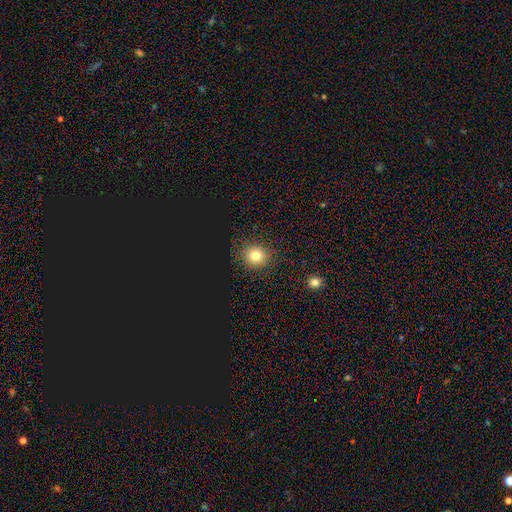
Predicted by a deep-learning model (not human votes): Smooth or featured? Predicted: smooth (p=0.76). How rounded? Predicted: round (p=0.87). Merging? Predicted: none (p=0.89).